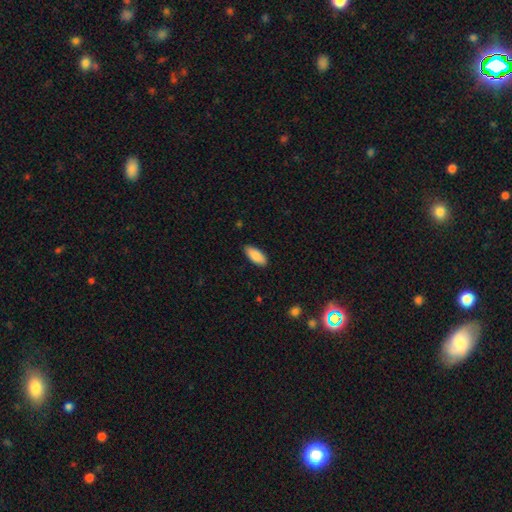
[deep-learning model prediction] Overall: smooth (88%). How rounded: in between (87%). Merging: none (88%).